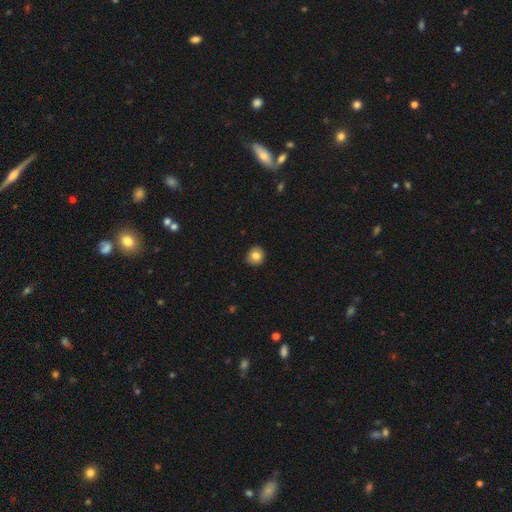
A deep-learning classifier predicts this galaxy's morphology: smooth-or-featured: smooth: 82% | star or artifact: 9% | featured or disk: 8%
  how-rounded: round: 88% | in between: 11% | cigar-shaped: 1%
  merging: none: 86% | minor disturbance: 11% | major disturbance: 2% | merger: 1%